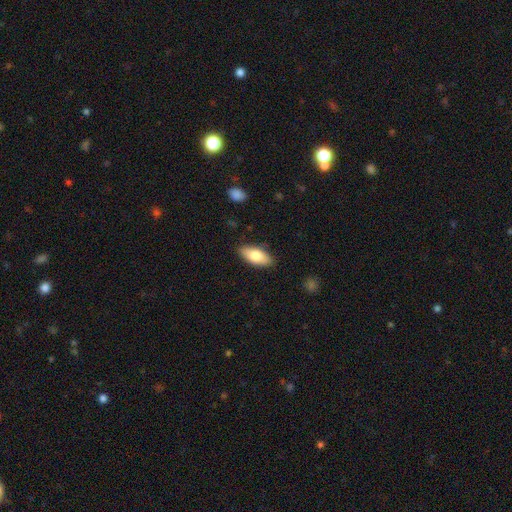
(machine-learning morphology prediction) A smooth galaxy with no disk features (78%) that is in between round and cigar-shaped (88%).

Vote fractions:
- Smooth or featured? smooth: 78% / featured or disk: 16% / star or artifact: 6%
- How rounded? in between: 88% / cigar-shaped: 9% / round: 2%
- Merging? none: 87% / minor disturbance: 10% / major disturbance: 2% / merger: 1%